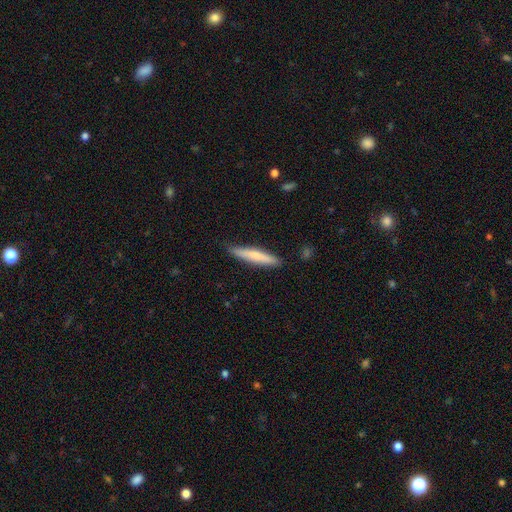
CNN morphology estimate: smooth 69%, featured or disk 26%, star or artifact 5%. Down the decision tree: how rounded — cigar-shaped (90%); merging — none (84%).